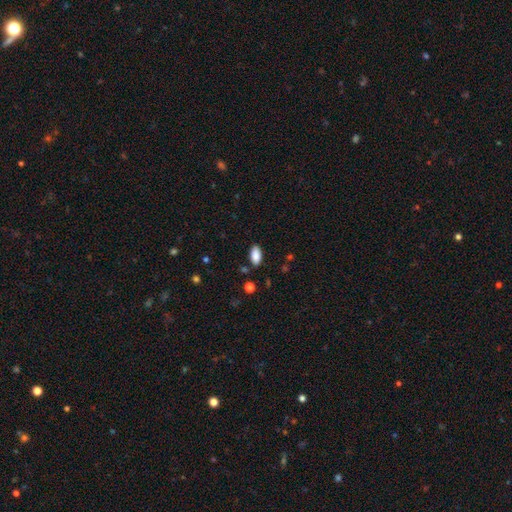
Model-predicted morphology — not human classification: smooth_or_featured: smooth (p=0.88) [alt: star or artifact p=0.07]
how_rounded: in between (p=0.93) [alt: cigar-shaped p=0.04]
merging: none (p=0.86) [alt: minor disturbance p=0.10]